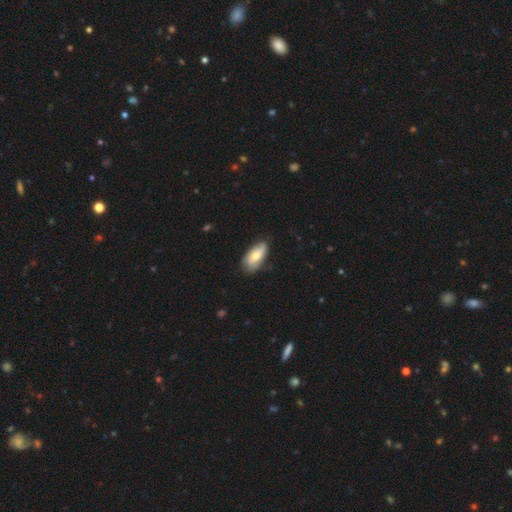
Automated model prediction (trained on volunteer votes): Smooth or featured? smooth (55%)
How rounded? in between (88%)
Merging? none (73%)